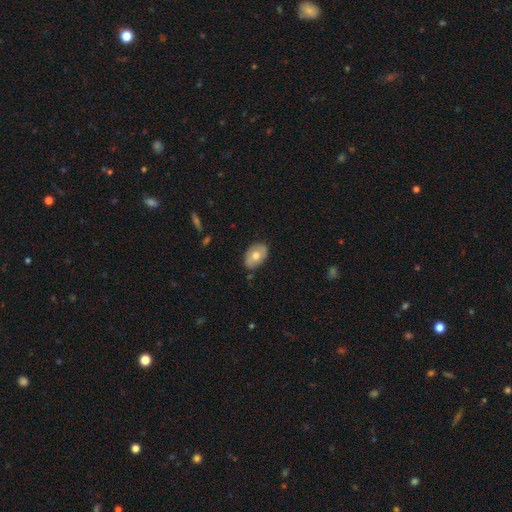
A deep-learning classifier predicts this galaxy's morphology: Overall: smooth (63%; featured or disk 30%). How rounded: in between (86%). Merging: none (78%).